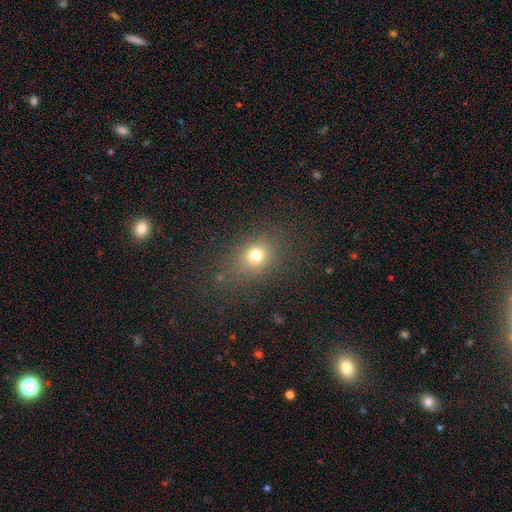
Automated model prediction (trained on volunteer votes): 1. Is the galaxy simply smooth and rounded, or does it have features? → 73% smooth, 18% star or artifact, 10% featured or disk.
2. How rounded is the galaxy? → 53% round, 45% in between, 2% cigar-shaped.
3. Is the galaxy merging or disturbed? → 76% none, 13% minor disturbance, 8% major disturbance, 3% merger.